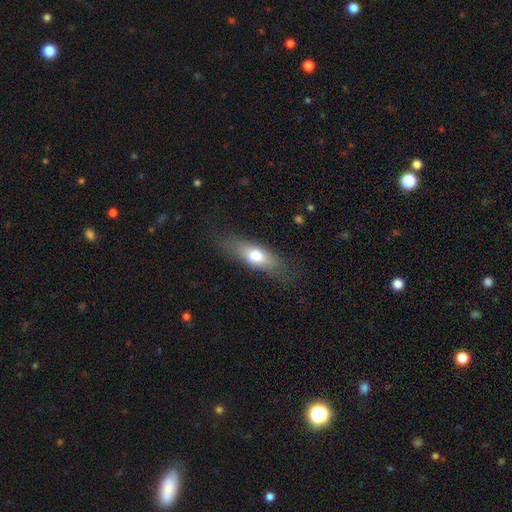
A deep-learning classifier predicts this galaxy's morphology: A smooth galaxy with no disk features (68%) that is in between round and cigar-shaped (61%). Merging: none (77%).